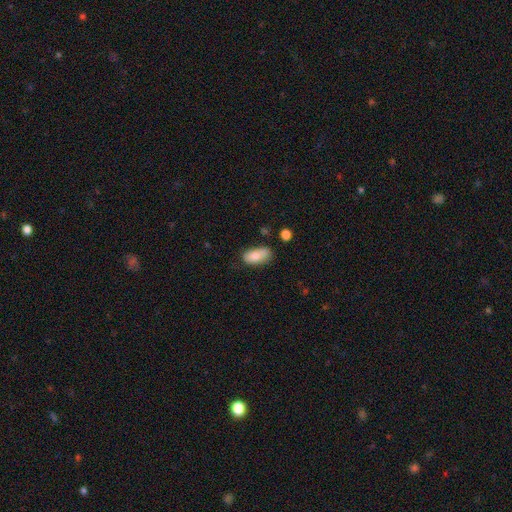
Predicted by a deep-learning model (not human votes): Q: Smooth or featured?
A: smooth (81%); runner-up: featured or disk (12%)
Q: How rounded?
A: in between (92%); runner-up: cigar-shaped (4%)
Q: Merging?
A: none (60%); runner-up: minor disturbance (28%)